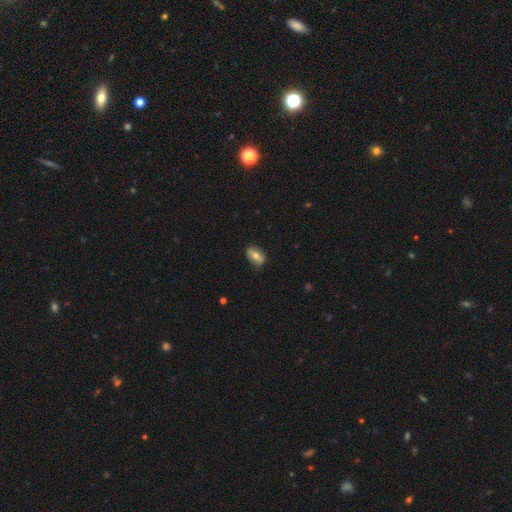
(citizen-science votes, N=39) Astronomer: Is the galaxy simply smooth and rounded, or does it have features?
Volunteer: smooth — 64%.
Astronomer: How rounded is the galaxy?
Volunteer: in between — 84%.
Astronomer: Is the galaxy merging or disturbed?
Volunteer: none — 89%.